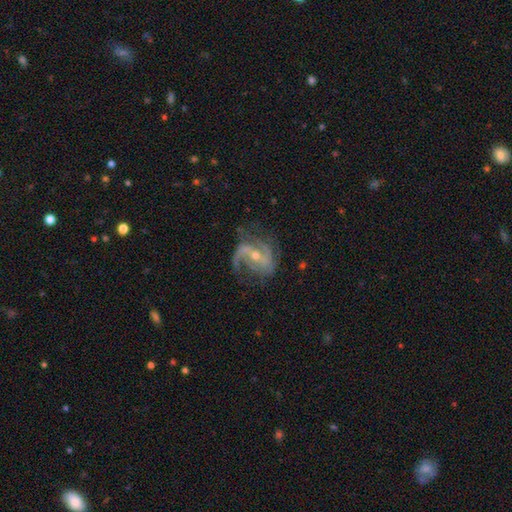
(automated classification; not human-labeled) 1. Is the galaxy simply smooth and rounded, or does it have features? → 89% featured or disk, 6% star or artifact, 5% smooth.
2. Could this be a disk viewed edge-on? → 97% no, 3% yes.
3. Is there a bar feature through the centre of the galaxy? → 41% weak, 34% strong, 24% no.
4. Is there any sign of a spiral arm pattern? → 97% yes, 3% no.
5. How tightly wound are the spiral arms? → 46% medium, 40% loose, 14% tight.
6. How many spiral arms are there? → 72% 2, 10% 3, 7% 1, 6% can't tell, 3% 4, 2% more than 4.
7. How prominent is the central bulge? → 54% small, 43% moderate, 1% large, 1% none, 1% dominant.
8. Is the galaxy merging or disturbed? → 62% none, 21% minor disturbance, 15% major disturbance, 2% merger.